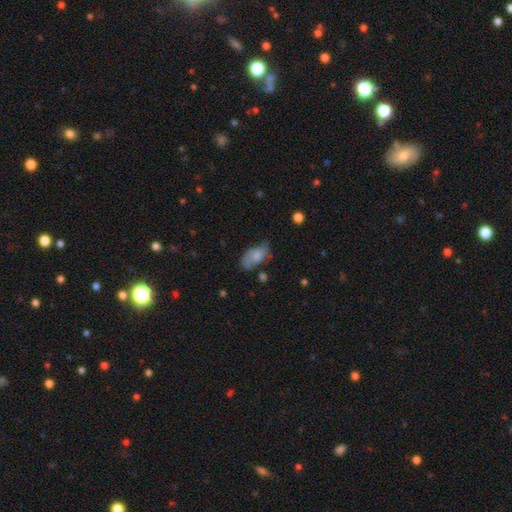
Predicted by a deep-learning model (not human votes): This appears to be a smooth galaxy with no disk features (62%) that is in between round and cigar-shaped (92%). Merging: none (45%).